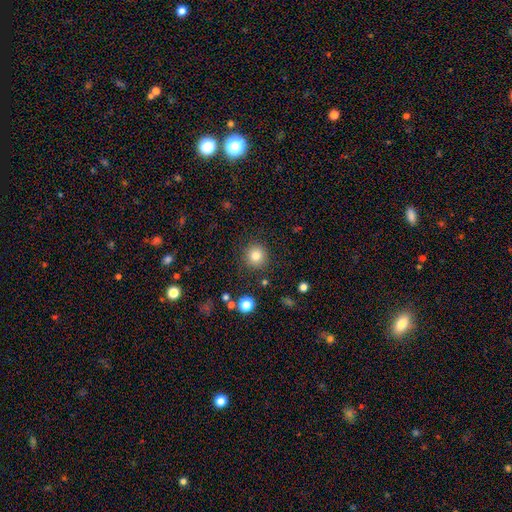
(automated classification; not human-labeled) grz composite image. It shows a smooth galaxy with no disk features (81%) that is round (94%). Merging: none (88%).